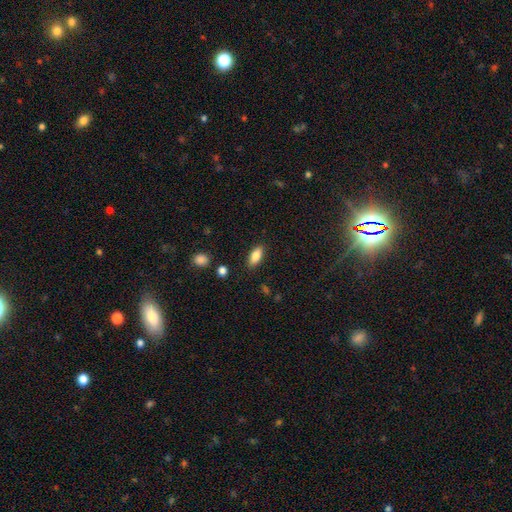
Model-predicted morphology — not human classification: Q: Smooth or featured?
A: smooth (82%); runner-up: featured or disk (11%)
Q: How rounded?
A: in between (83%); runner-up: cigar-shaped (14%)
Q: Merging?
A: none (86%); runner-up: minor disturbance (10%)